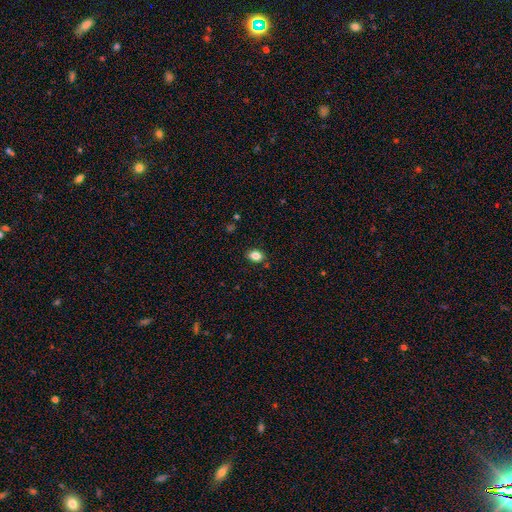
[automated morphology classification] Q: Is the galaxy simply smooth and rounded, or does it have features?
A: smooth — 83%.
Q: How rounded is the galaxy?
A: in between — 72%.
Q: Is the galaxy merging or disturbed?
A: none — 84%.